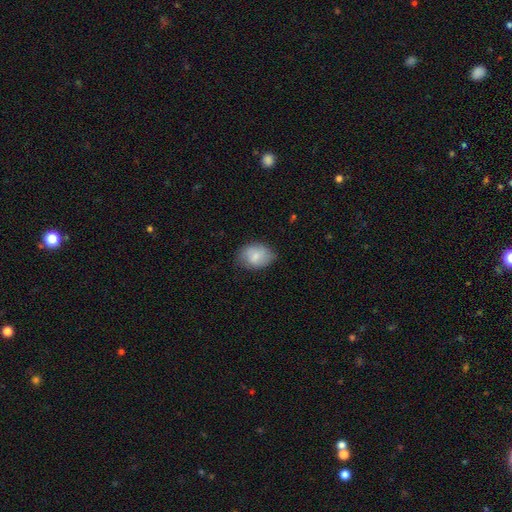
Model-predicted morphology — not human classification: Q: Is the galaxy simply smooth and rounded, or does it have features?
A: smooth — 77%.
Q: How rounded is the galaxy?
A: in between — 67%.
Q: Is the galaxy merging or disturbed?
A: none — 70%.